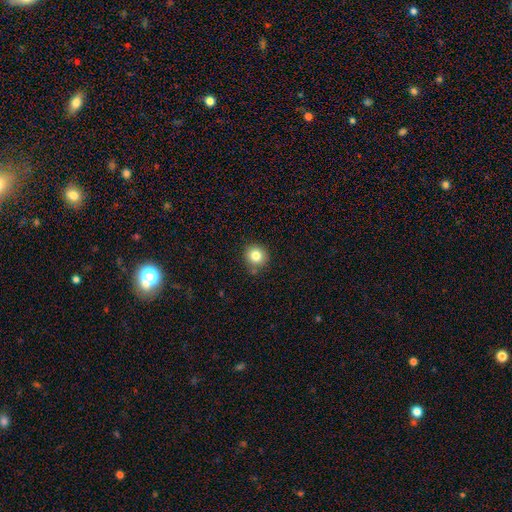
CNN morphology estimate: type=smooth (82%); roundness=round (90%); merging=none (82%).